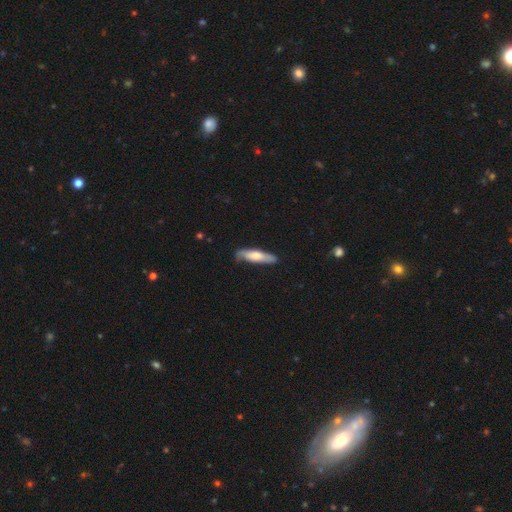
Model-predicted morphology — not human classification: smooth 57%, featured or disk 38%, star or artifact 5%. Down the decision tree: how rounded — cigar-shaped (73%); merging — none (73%).